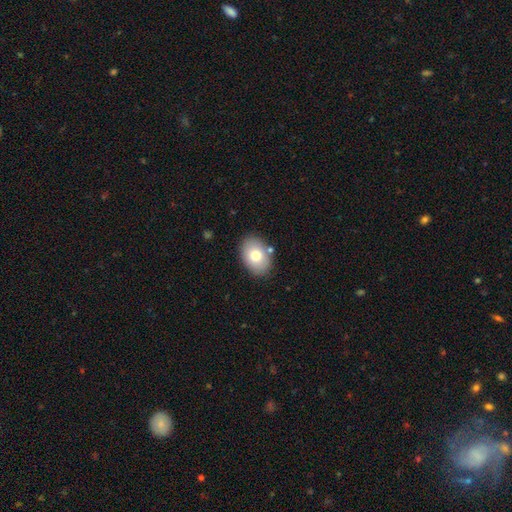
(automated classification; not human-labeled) Smooth or featured: smooth — 75% (featured or disk — 17%)
How rounded: in between — 78% (round — 21%)
Merging: none — 82% (minor disturbance — 11%)